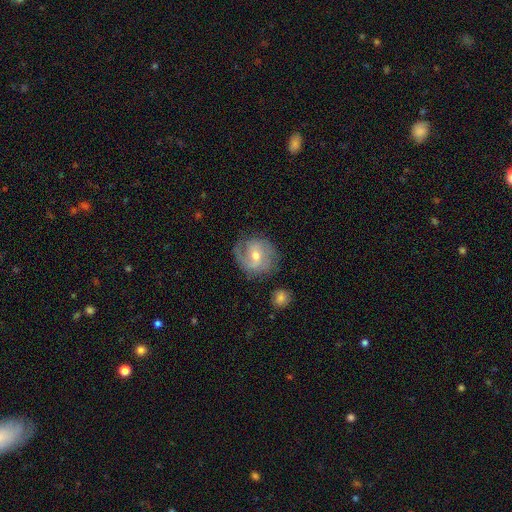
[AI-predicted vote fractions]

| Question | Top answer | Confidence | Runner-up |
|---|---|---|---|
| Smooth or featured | featured or disk | 76% | smooth (18%) |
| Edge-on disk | no | 98% | yes (2%) |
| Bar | weak | 51% | no (37%) |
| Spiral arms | yes | 93% | no (7%) |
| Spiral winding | medium | 47% | tight (32%) |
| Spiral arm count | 2 | 66% | can't tell (12%) |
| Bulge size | moderate | 59% | small (37%) |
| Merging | none | 73% | minor disturbance (17%) |